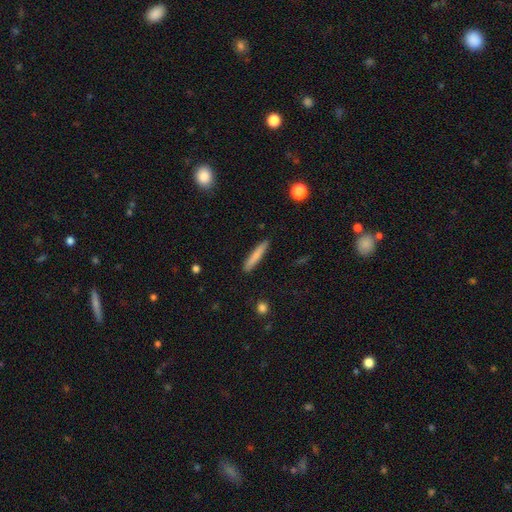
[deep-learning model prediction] Smooth or featured?
  - smooth: 78% *
  - featured or disk: 16%
  - star or artifact: 6%
How rounded?
  - cigar-shaped: 93% *
  - in between: 6%
  - round: 1%
Merging?
  - none: 89% *
  - minor disturbance: 8%
  - major disturbance: 2%
  - merger: 1%